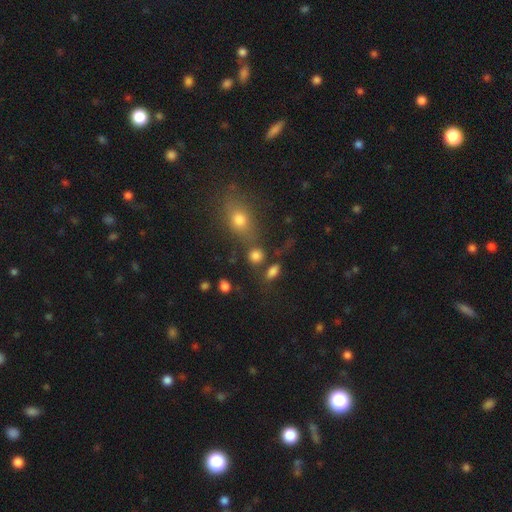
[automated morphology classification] The model was most divided on "how rounded": round: 56%, in between: 41%, cigar-shaped: 3%. More confident: smooth or featured — smooth (80%); merging — none (63%).